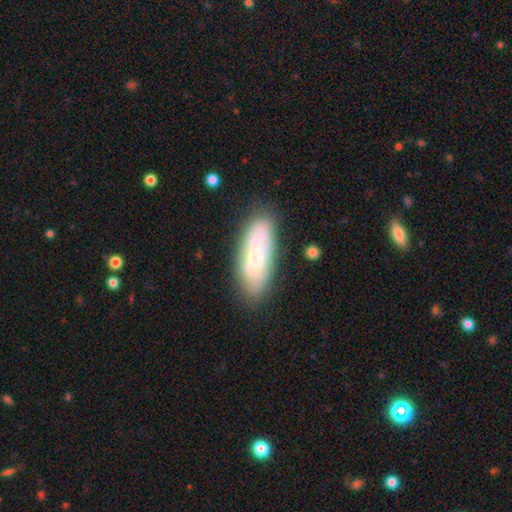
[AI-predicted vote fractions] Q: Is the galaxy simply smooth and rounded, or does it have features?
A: smooth — 52%.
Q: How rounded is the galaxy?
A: in between — 68%.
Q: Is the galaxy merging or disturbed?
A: none — 71%.